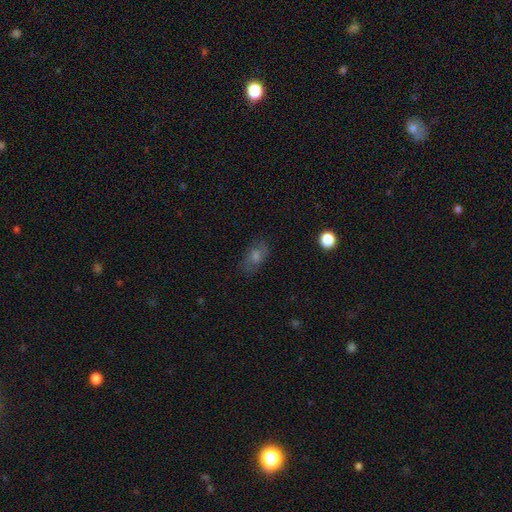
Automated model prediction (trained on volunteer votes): Smooth or featured? Predicted: smooth (p=0.49). Merging? Predicted: none (p=0.79).